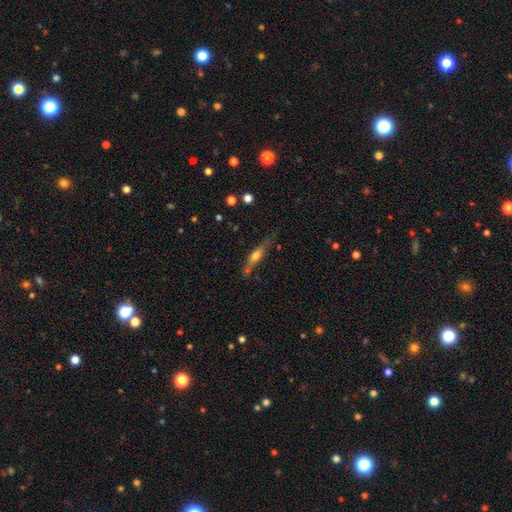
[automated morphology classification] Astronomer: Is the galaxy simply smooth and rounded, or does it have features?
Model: featured or disk — 57% (runner-up: smooth, 36%).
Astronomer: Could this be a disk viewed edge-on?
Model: yes — 90%.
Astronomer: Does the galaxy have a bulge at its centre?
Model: rounded — 88%.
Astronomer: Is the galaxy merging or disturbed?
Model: none — 66%.